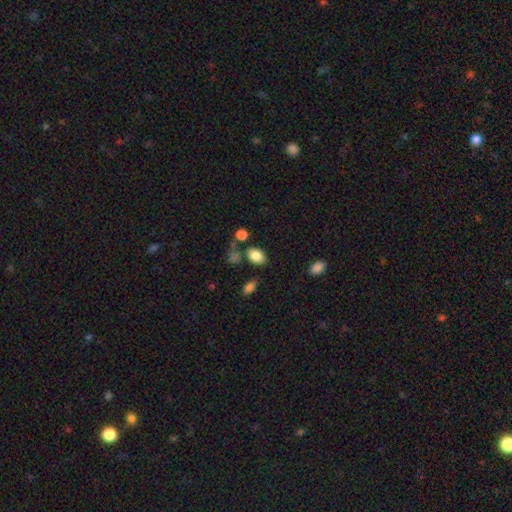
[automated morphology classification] Smooth or featured?
  - smooth: 84% *
  - star or artifact: 9%
  - featured or disk: 6%
How rounded?
  - in between: 81% *
  - round: 18%
  - cigar-shaped: 1%
Merging?
  - none: 70% *
  - minor disturbance: 14%
  - merger: 10%
  - major disturbance: 5%